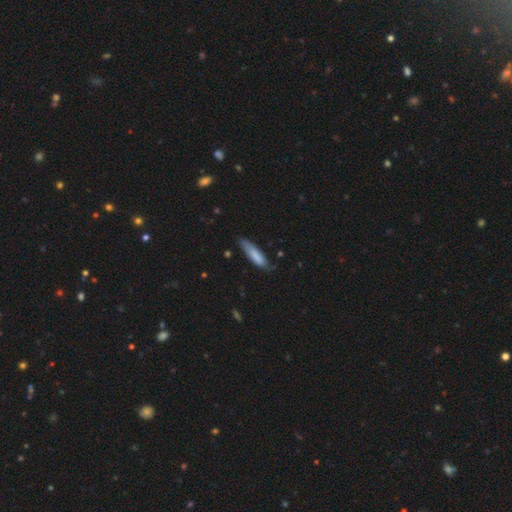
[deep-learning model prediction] Smooth or featured? smooth (82%)
How rounded? cigar-shaped (72%)
Merging? none (69%)